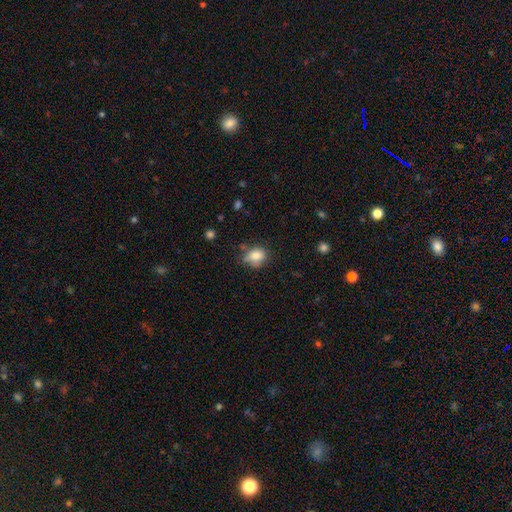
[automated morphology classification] A smooth galaxy with no disk features (79%) that is in between round and cigar-shaped (50%). Merging: none (54%).